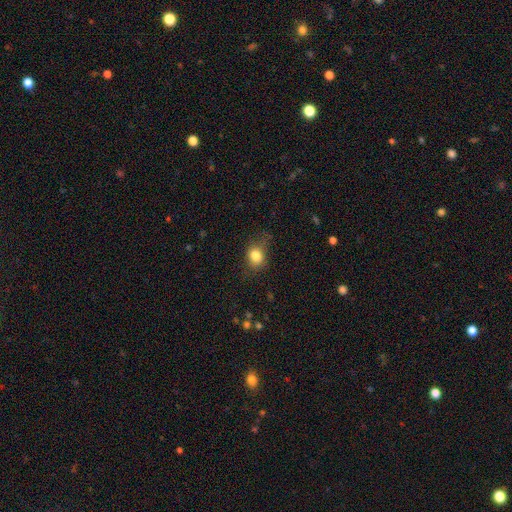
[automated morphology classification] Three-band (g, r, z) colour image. It shows a smooth galaxy with no disk features (81%) that is round (51%). Merging: none (64%).